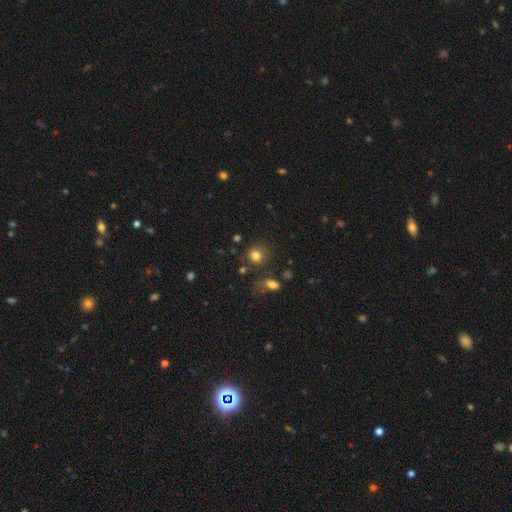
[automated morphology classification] This appears to be a smooth galaxy with no disk features (79%) that is round (82%). Merging: none (74%).